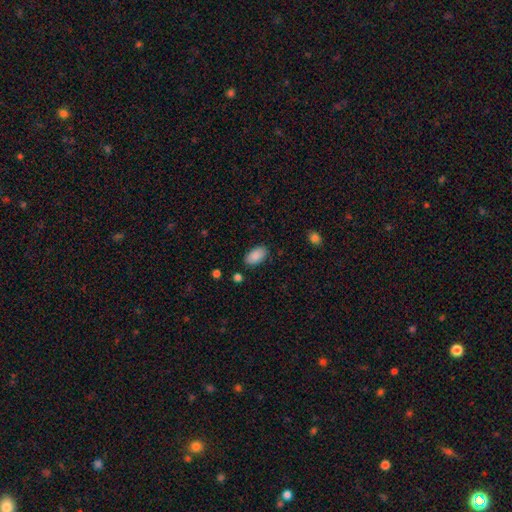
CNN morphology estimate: The model was most divided on "merging": none: 86%, minor disturbance: 10%, major disturbance: 2%, merger: 2%. More confident: how rounded — in between (95%); smooth or featured — smooth (89%).